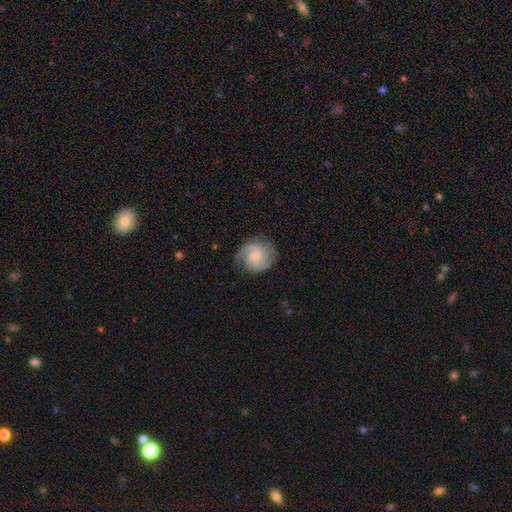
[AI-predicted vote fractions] Smooth or featured? featured or disk (82%)
Edge-on disk? no (98%)
Bar? no (59%)
Spiral arms? yes (97%)
Spiral winding? medium (46%)
Spiral arm count? 2 (65%)
Bulge size? small (61%)
Merging? none (74%)